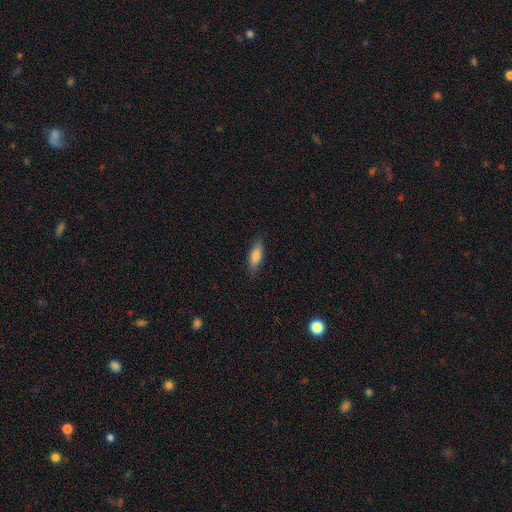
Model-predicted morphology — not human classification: Smooth or featured?
  - smooth: 81% *
  - featured or disk: 13%
  - star or artifact: 6%
How rounded?
  - in between: 61% *
  - cigar-shaped: 37%
  - round: 2%
Merging?
  - none: 85% *
  - minor disturbance: 12%
  - major disturbance: 2%
  - merger: 1%